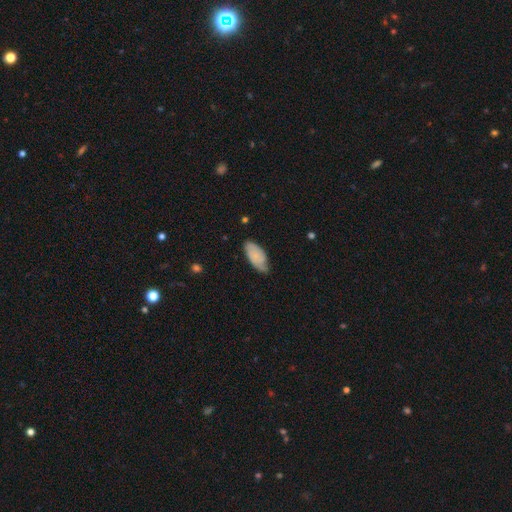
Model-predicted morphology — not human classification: Overall: smooth (68%). How rounded: in between (91%). Merging: none (56%; minor disturbance 35%).